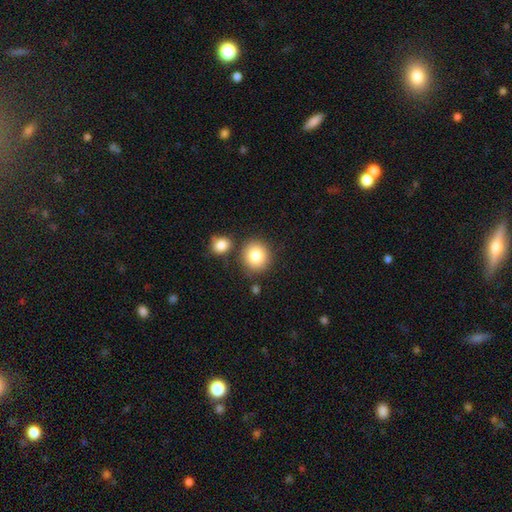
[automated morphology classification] Q: Smooth or featured?
A: smooth (83%); runner-up: star or artifact (9%)
Q: How rounded?
A: round (87%); runner-up: in between (12%)
Q: Merging?
A: none (77%); runner-up: merger (11%)